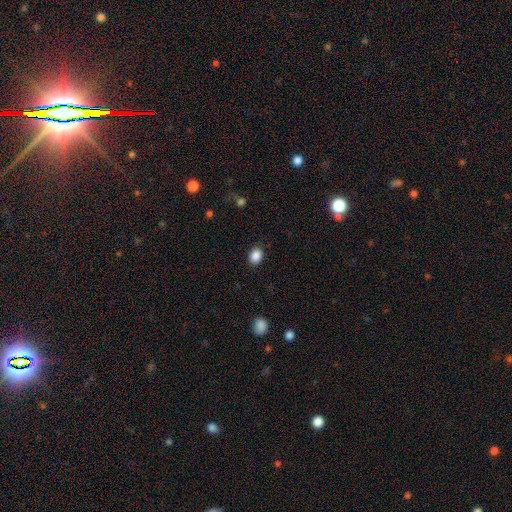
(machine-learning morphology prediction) The model was most divided on "how rounded": in between: 62%, round: 37%, cigar-shaped: 1%. More confident: merging — none (88%); smooth or featured — smooth (88%).